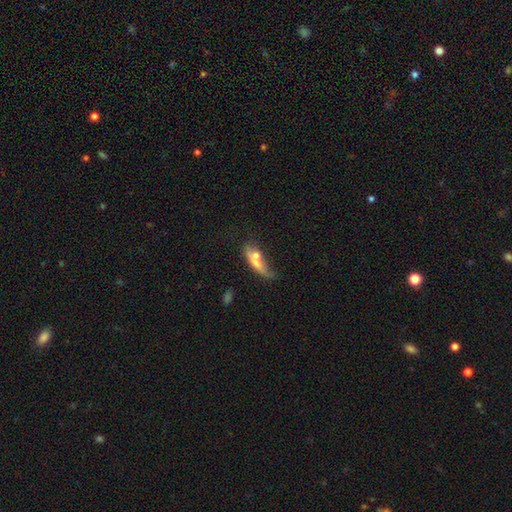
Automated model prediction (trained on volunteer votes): A smooth galaxy with no disk features (57%) that is cigar-shaped (51%).

Vote fractions:
- Smooth or featured? smooth: 57% / featured or disk: 35% / star or artifact: 8%
- How rounded? cigar-shaped: 51% / in between: 43% / round: 6%
- Merging? merger: 34% / none: 27% / major disturbance: 20% / minor disturbance: 18%